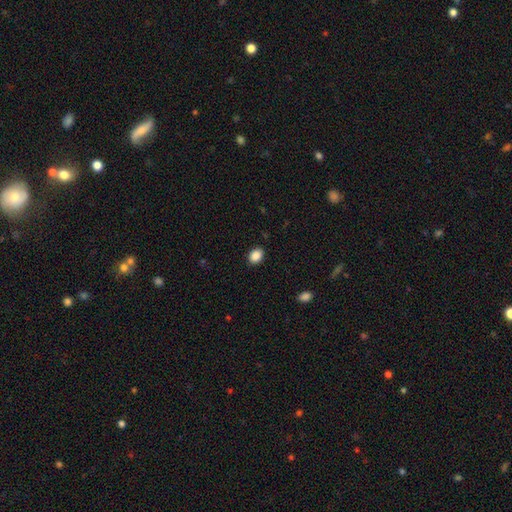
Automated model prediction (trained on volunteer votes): The model was most divided on "how rounded": in between: 63%, round: 36%, cigar-shaped: 1%. More confident: merging — none (89%); smooth or featured — smooth (88%).